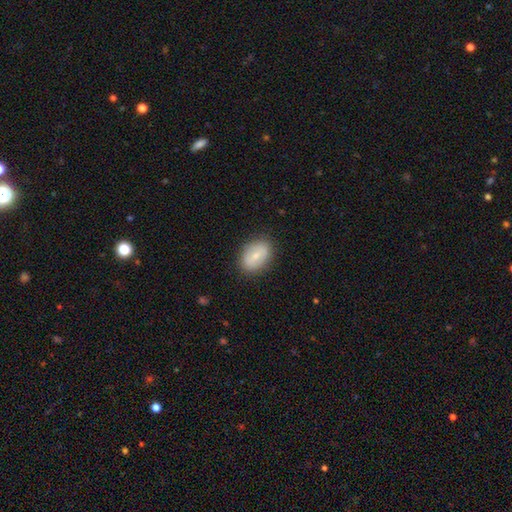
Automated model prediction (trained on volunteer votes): Smooth or featured: smooth — 65% (featured or disk — 27%)
How rounded: in between — 82% (round — 17%)
Merging: none — 85% (minor disturbance — 11%)